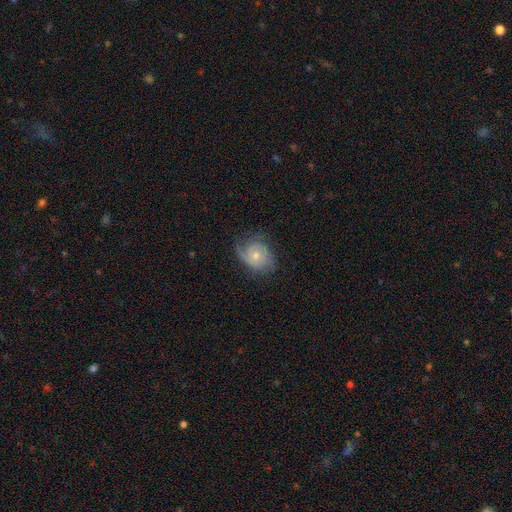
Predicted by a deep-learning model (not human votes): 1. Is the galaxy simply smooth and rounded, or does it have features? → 66% featured or disk, 27% smooth, 7% star or artifact.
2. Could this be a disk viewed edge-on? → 97% no, 3% yes.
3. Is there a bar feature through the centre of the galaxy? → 77% no, 21% weak, 3% strong.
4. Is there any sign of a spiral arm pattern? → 90% yes, 10% no.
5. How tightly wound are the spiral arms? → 46% tight, 35% medium, 19% loose.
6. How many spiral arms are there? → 33% 2, 25% can't tell, 17% 3, 17% 1, 4% 4, 4% more than 4.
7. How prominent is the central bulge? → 49% moderate, 46% small, 3% large, 2% none, 1% dominant.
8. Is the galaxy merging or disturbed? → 62% none, 25% minor disturbance, 12% major disturbance, 1% merger.